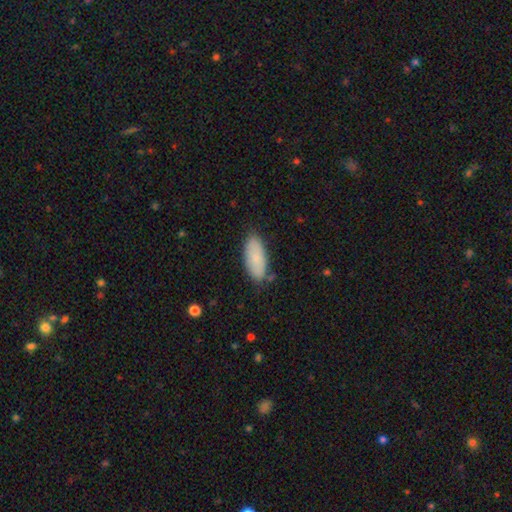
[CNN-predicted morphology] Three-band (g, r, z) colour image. It shows a smooth galaxy with no disk features (83%) that is in between round and cigar-shaped (86%). Merging: none (79%).